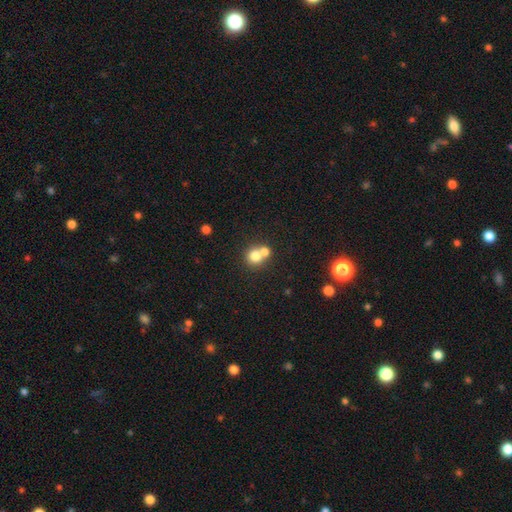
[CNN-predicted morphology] The model was most divided on "merging": merger: 54%, none: 38%, minor disturbance: 6%, major disturbance: 3%. More confident: how rounded — round (85%); smooth or featured — smooth (77%).